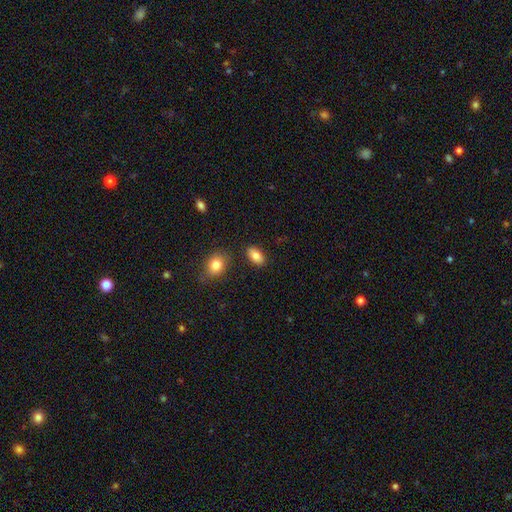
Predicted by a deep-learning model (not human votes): Smooth or featured? smooth (84%)
How rounded? in between (91%)
Merging? none (85%)